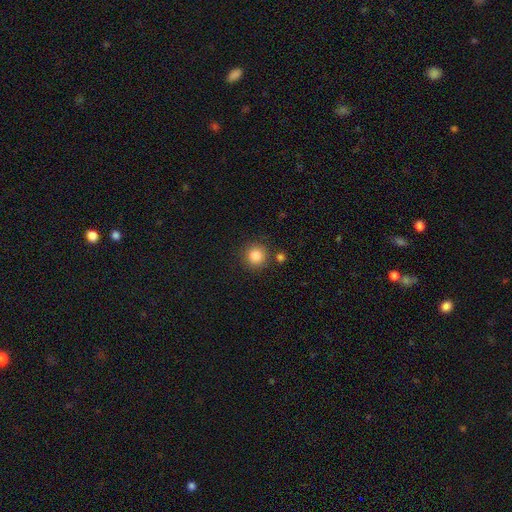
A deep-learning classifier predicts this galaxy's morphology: type=smooth (85%); roundness=round (93%); merging=none (83%).